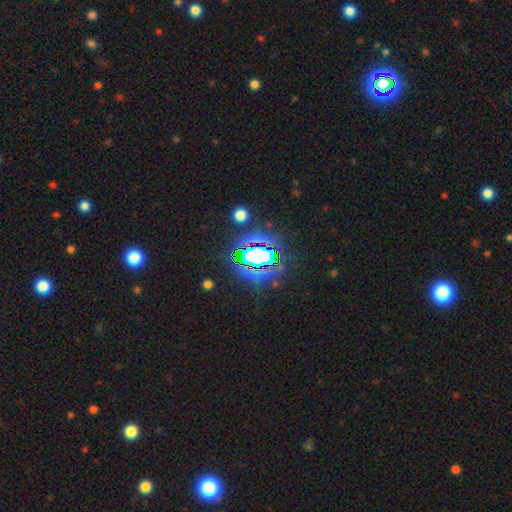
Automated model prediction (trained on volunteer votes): Smooth or featured? star or artifact (70%)